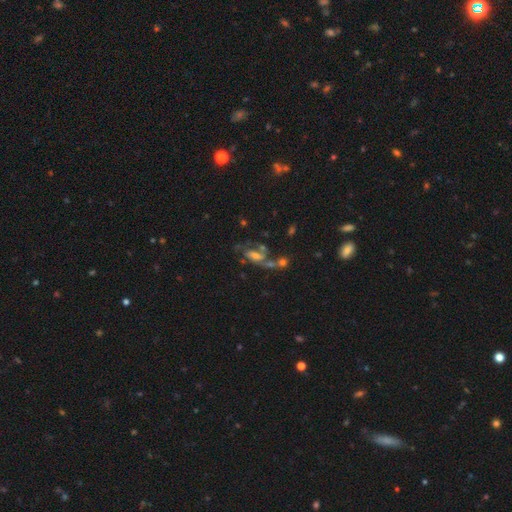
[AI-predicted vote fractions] The model was most divided on "bar": no: 43%, weak: 41%, strong: 17%. Remaining: edge-on disk — no (93%); spiral arms — yes (83%); smooth or featured — featured or disk (66%); spiral arm count — 2 (64%); spiral winding — medium (42%); bulge size — moderate (39%); merging — none (38%).